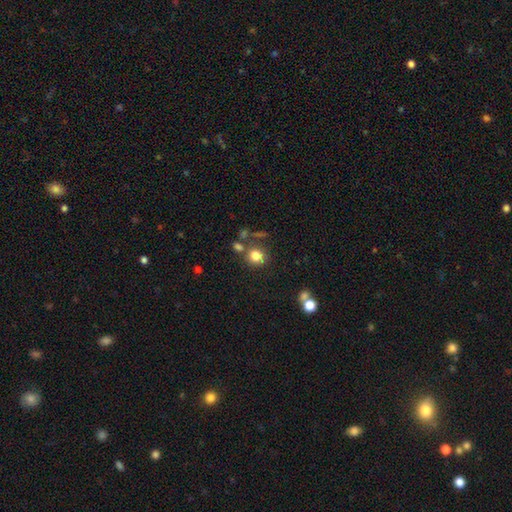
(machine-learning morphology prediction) Smooth or featured? smooth (80%)
How rounded? round (80%)
Merging? none (67%)